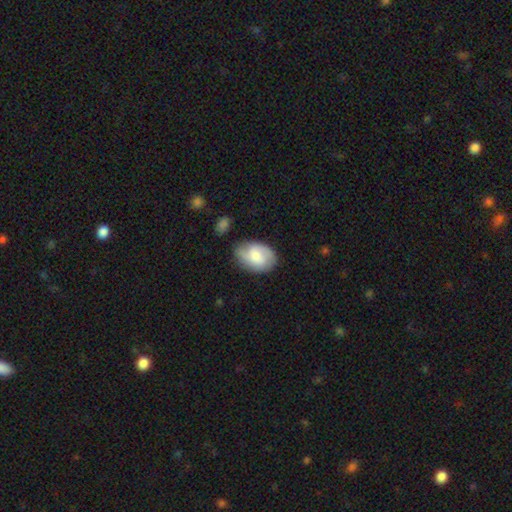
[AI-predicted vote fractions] A smooth galaxy with no disk features (55%) that is in between round and cigar-shaped (80%).

Vote fractions:
- Smooth or featured? smooth: 55% / featured or disk: 38% / star or artifact: 7%
- How rounded? in between: 80% / round: 19% / cigar-shaped: 1%
- Merging? none: 64% / minor disturbance: 25% / major disturbance: 7% / merger: 4%